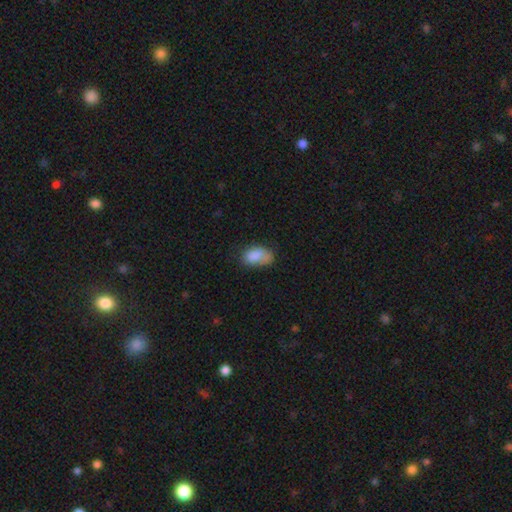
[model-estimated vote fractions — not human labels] Morphology: type=smooth (81%); roundness=in between (91%); merging=none (47%).